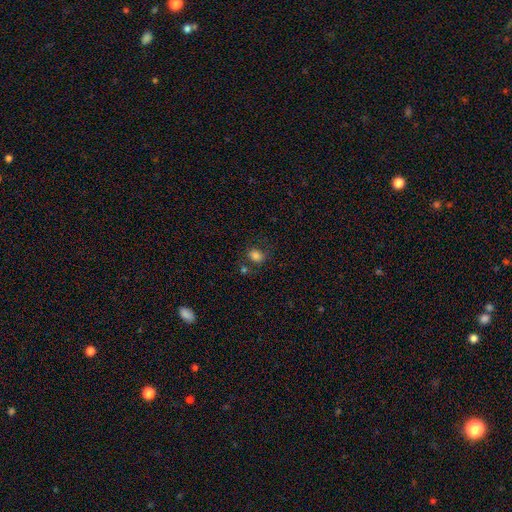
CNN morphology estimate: This is clearly a smooth galaxy (80%). How rounded: possibly round (52%). Merging: likely none (66%).